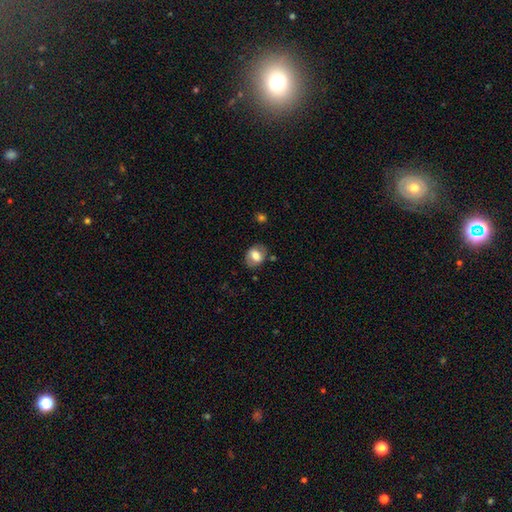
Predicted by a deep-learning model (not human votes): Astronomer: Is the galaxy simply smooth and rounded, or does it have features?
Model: smooth — 68%.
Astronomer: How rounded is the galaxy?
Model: in between — 57% (runner-up: round, 41%).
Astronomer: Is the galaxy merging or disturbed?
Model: none — 77%.